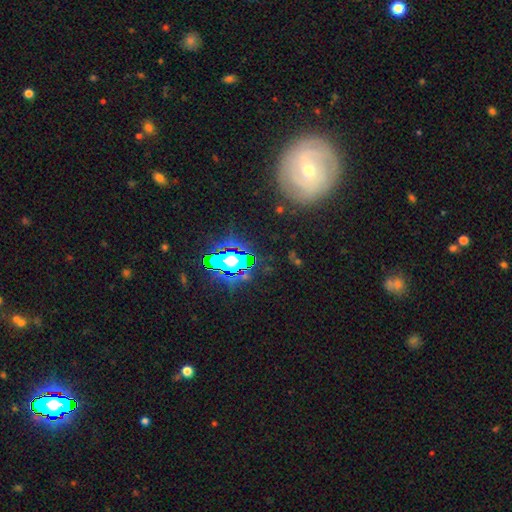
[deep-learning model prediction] This is possibly a star or artifact rather than a galaxy (53%).